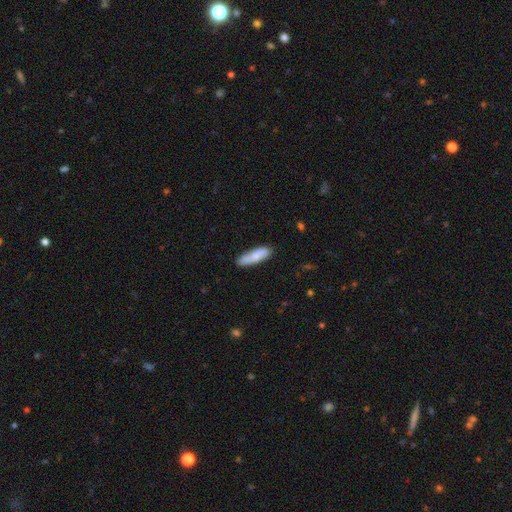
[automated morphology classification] A smooth galaxy with no disk features (75%) that is cigar-shaped (58%).

Vote fractions:
- Smooth or featured? smooth: 75% / featured or disk: 20% / star or artifact: 6%
- How rounded? cigar-shaped: 58% / in between: 40% / round: 2%
- Merging? none: 82% / minor disturbance: 14% / major disturbance: 2% / merger: 2%